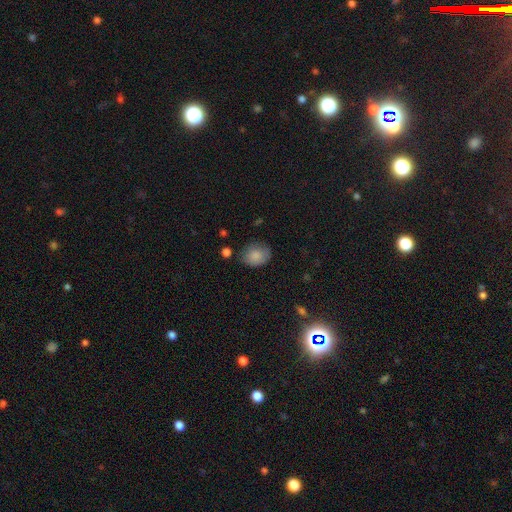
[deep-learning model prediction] smooth 85%, featured or disk 8%, star or artifact 8%. Down the decision tree: how rounded — in between (52%); merging — none (72%).